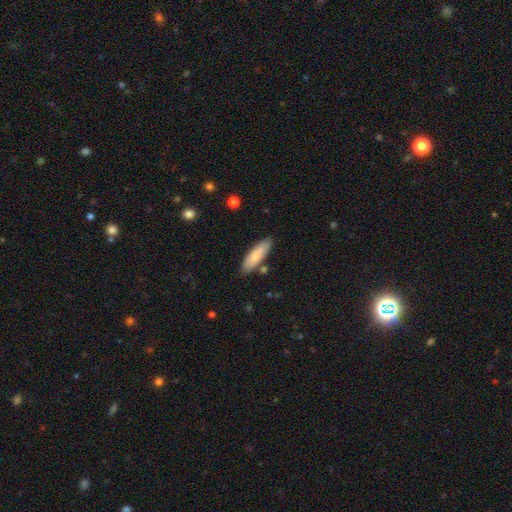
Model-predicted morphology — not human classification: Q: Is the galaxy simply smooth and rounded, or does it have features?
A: smooth — 78%.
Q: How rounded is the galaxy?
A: cigar-shaped — 54%.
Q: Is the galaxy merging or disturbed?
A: none — 82%.